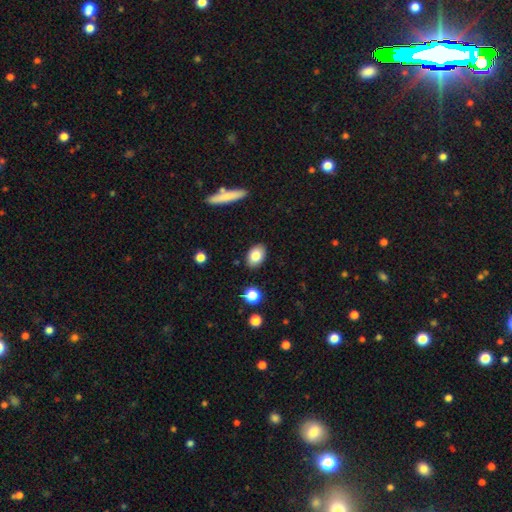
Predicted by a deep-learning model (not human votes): This is clearly a smooth galaxy (83%). How rounded: clearly in between (84%). Merging: clearly none (87%).